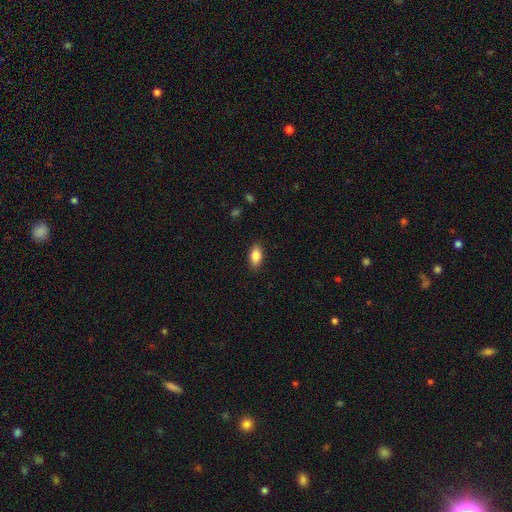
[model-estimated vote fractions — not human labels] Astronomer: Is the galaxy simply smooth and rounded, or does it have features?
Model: smooth — 86%.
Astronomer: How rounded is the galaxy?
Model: in between — 91%.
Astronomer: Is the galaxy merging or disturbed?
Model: none — 88%.